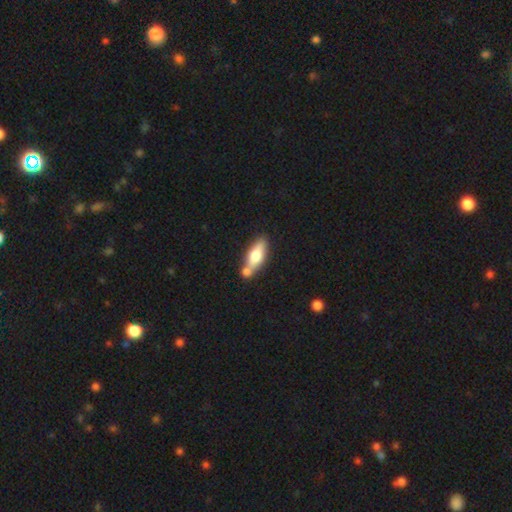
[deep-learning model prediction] The model was most divided on "merging": none: 47%, merger: 37%, minor disturbance: 13%, major disturbance: 4%. More confident: smooth or featured — smooth (65%); how rounded — in between (63%).